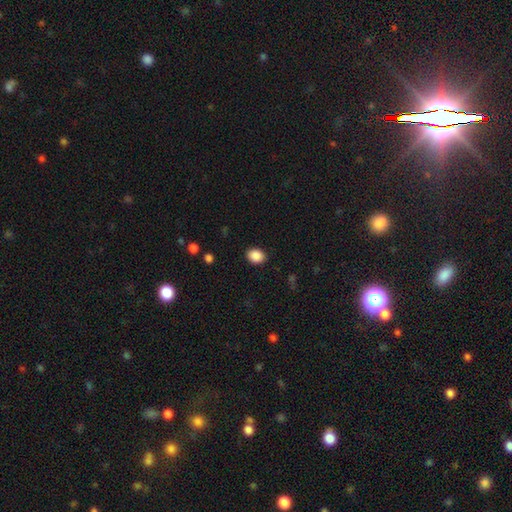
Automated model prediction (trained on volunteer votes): This is clearly a smooth galaxy (89%). How rounded: possibly in between (54%). Merging: clearly none (89%).